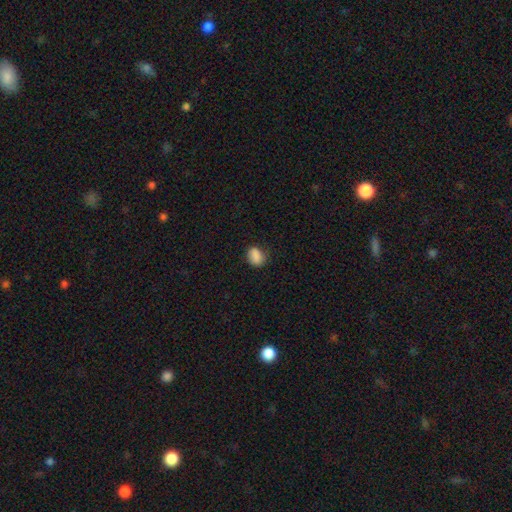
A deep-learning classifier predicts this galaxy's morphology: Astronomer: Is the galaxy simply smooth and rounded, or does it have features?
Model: smooth — 85%.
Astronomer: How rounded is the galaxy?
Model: in between — 62%.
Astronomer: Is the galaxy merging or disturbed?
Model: none — 71%.